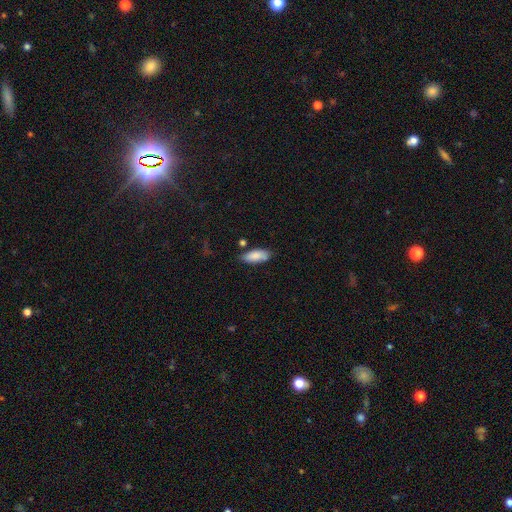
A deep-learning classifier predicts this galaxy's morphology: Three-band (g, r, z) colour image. It shows a smooth galaxy with no disk features (86%) that is in between round and cigar-shaped (81%). Merging: none (73%).